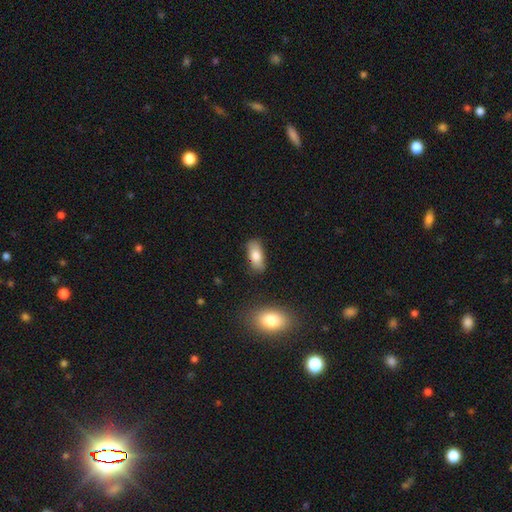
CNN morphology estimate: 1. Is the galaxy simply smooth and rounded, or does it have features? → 80% smooth, 13% featured or disk, 7% star or artifact.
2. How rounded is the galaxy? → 85% in between, 12% cigar-shaped, 3% round.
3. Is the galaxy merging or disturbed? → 81% none, 13% minor disturbance, 3% major disturbance, 2% merger.